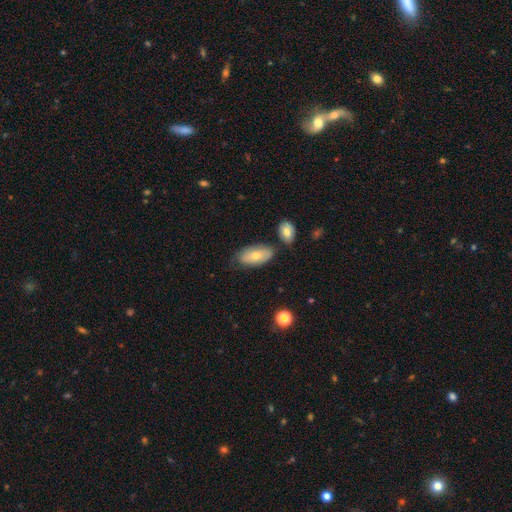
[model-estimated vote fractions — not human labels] smooth 70%, featured or disk 23%, star or artifact 7%. Down the decision tree: how rounded — in between (93%); merging — none (64%).